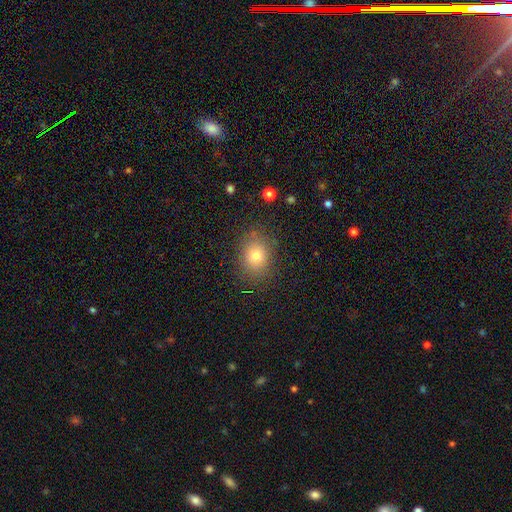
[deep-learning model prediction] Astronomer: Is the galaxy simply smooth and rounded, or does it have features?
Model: smooth — 78%.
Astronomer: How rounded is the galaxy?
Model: in between — 57% (runner-up: round, 41%).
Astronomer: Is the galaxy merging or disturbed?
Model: none — 83%.